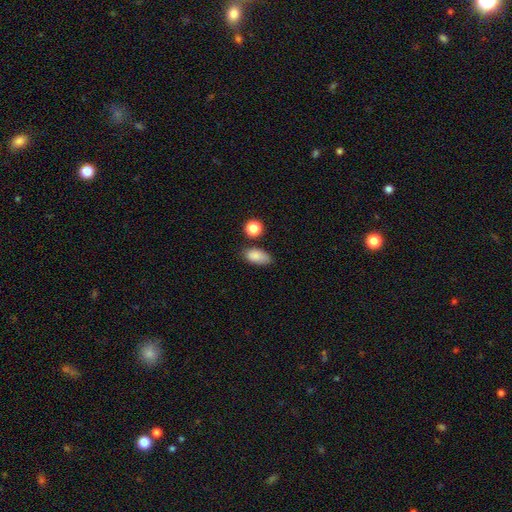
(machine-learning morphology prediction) A smooth galaxy with no disk features (85%) that is in between round and cigar-shaped (88%).

Vote fractions:
- Smooth or featured? smooth: 85% / star or artifact: 9% / featured or disk: 6%
- How rounded? in between: 88% / round: 8% / cigar-shaped: 4%
- Merging? none: 64% / minor disturbance: 24% / merger: 6% / major disturbance: 6%